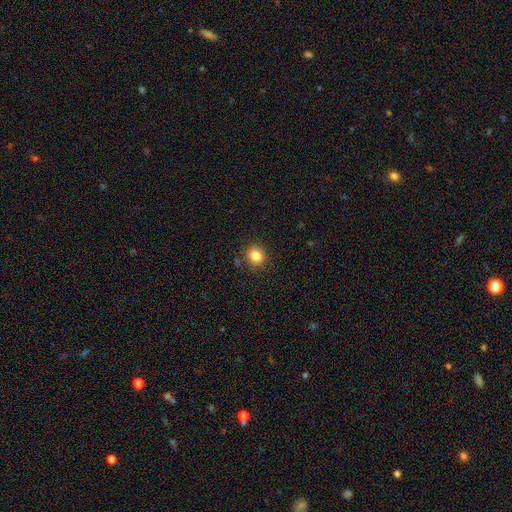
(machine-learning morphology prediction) smooth-or-featured: smooth: 83% | star or artifact: 12% | featured or disk: 5%
  how-rounded: round: 84% | in between: 15% | cigar-shaped: 1%
  merging: none: 88% | minor disturbance: 8% | major disturbance: 2% | merger: 2%